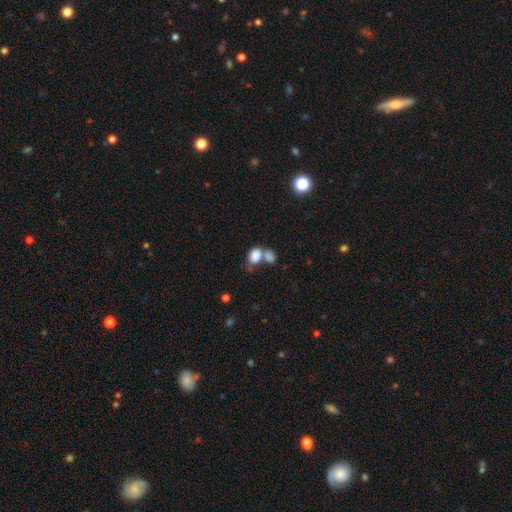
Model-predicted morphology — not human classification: This is clearly a smooth galaxy (82%). How rounded: likely in between (76%). Merging: possibly merger (59%).